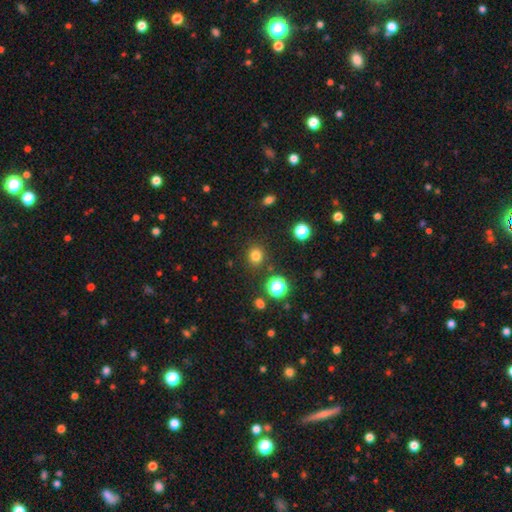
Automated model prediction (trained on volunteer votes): smooth_or_featured: smooth (p=0.79) [alt: star or artifact p=0.16]
how_rounded: round (p=0.85) [alt: in between p=0.14]
merging: none (p=0.87) [alt: minor disturbance p=0.07]